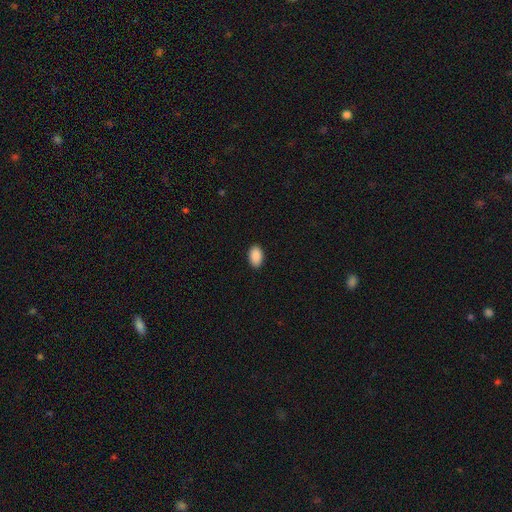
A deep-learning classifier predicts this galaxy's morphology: Smooth or featured? Predicted: smooth (p=0.91). How rounded? Predicted: in between (p=0.93). Merging? Predicted: none (p=0.90).